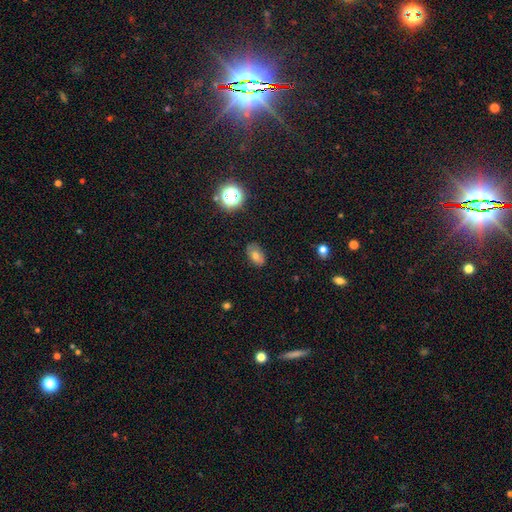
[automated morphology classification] Overall: smooth (73%). How rounded: in between (87%). Merging: none (80%).